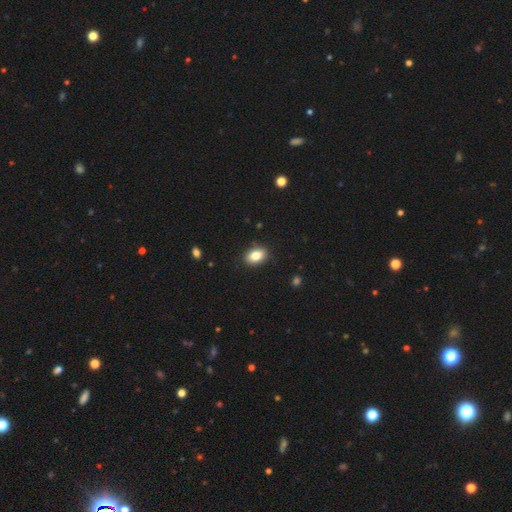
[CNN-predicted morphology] Smooth or featured? smooth (83%)
How rounded? in between (81%)
Merging? none (88%)